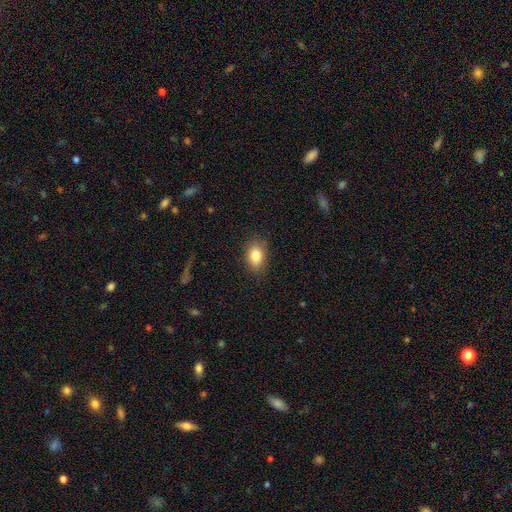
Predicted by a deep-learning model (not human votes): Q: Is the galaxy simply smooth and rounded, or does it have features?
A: smooth — 83%.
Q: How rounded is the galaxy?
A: in between — 79%.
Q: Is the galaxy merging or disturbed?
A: none — 83%.